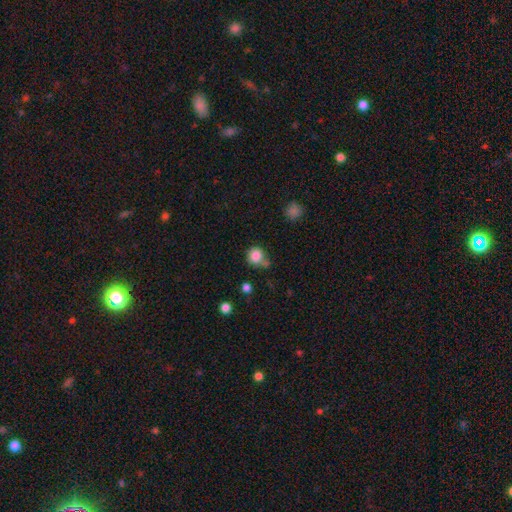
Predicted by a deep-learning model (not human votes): smooth-or-featured: smooth: 84% | star or artifact: 11% | featured or disk: 5%
  how-rounded: round: 86% | in between: 13% | cigar-shaped: 1%
  merging: none: 59% | minor disturbance: 20% | merger: 15% | major disturbance: 6%